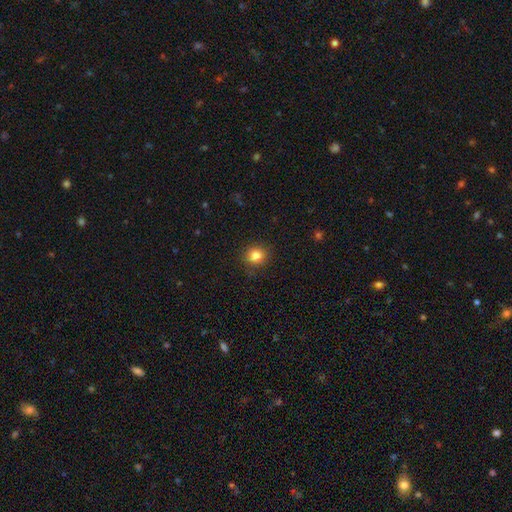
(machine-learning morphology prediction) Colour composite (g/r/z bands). It shows a smooth galaxy with no disk features (83%) that is round (85%). Merging: none (89%).